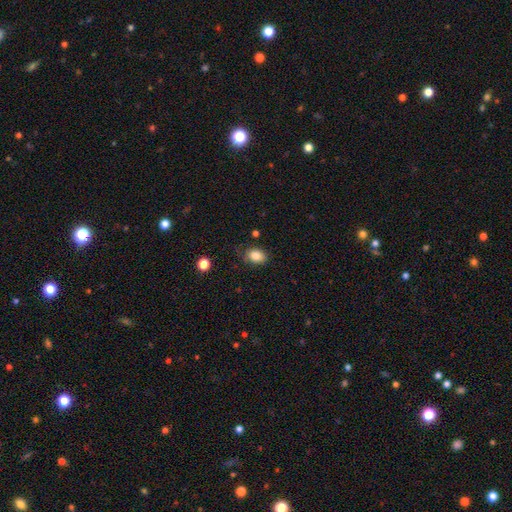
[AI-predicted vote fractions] A smooth galaxy with no disk features (83%) that is in between round and cigar-shaped (74%).

Vote fractions:
- Smooth or featured? smooth: 83% / star or artifact: 9% / featured or disk: 7%
- How rounded? in between: 74% / round: 25% / cigar-shaped: 1%
- Merging? none: 78% / minor disturbance: 17% / major disturbance: 4% / merger: 2%